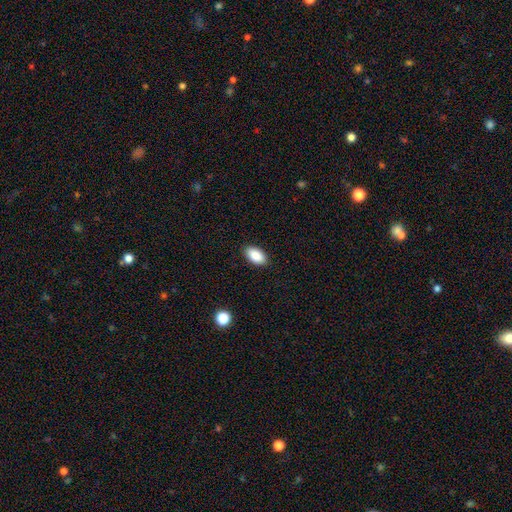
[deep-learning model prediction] Morphology: type=smooth (89%); roundness=in between (94%); merging=none (89%).